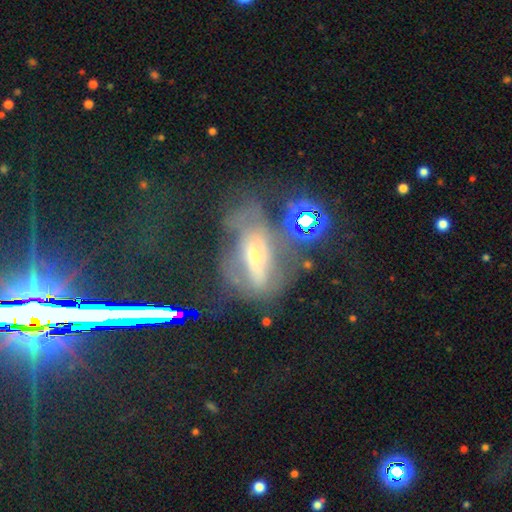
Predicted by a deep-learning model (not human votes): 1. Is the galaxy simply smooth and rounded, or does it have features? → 52% featured or disk, 29% smooth, 19% star or artifact.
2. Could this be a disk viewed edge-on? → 82% no, 18% yes.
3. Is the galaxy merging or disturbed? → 44% major disturbance, 25% none, 19% minor disturbance, 12% merger.